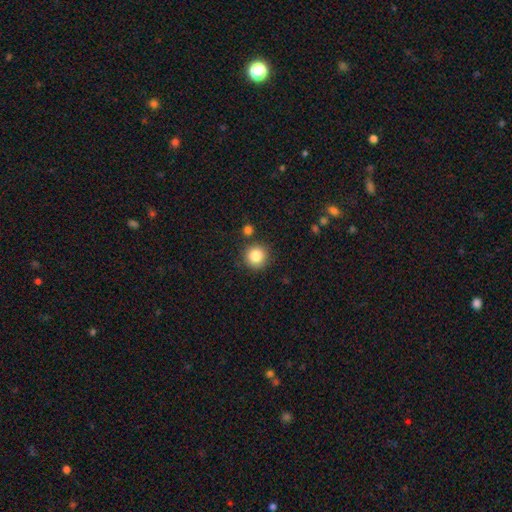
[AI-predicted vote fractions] Smooth or featured? smooth (85%)
How rounded? round (93%)
Merging? none (84%)